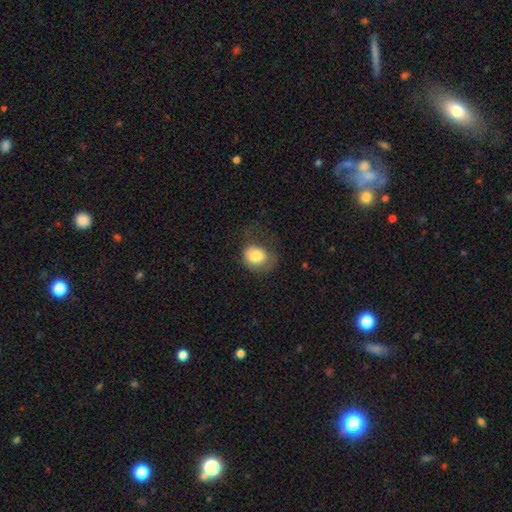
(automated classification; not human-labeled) The model was most divided on "how rounded": round: 54%, in between: 45%, cigar-shaped: 1%. Remaining: smooth or featured — smooth (79%); merging — none (41%).